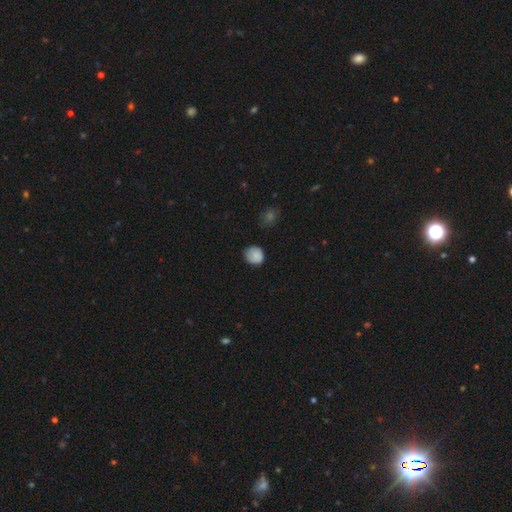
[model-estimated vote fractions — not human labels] A smooth galaxy with no disk features (85%) that is round (82%).

Vote fractions:
- Smooth or featured? smooth: 85% / star or artifact: 9% / featured or disk: 6%
- How rounded? round: 82% / in between: 17% / cigar-shaped: 1%
- Merging? none: 74% / minor disturbance: 20% / major disturbance: 4% / merger: 2%